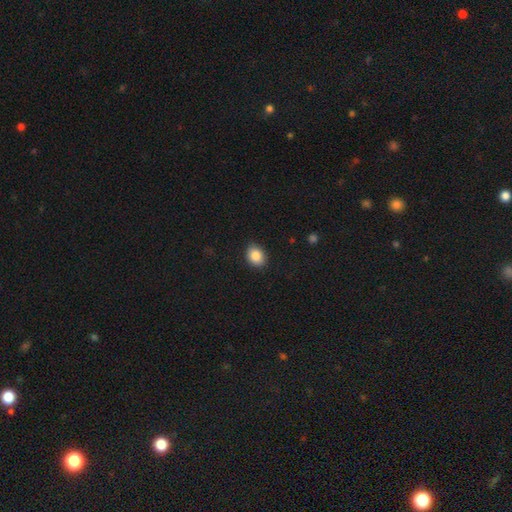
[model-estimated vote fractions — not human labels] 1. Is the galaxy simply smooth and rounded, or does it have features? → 86% smooth, 9% star or artifact, 6% featured or disk.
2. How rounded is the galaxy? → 54% in between, 45% round, 1% cigar-shaped.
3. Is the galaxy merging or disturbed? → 87% none, 10% minor disturbance, 2% major disturbance, 1% merger.